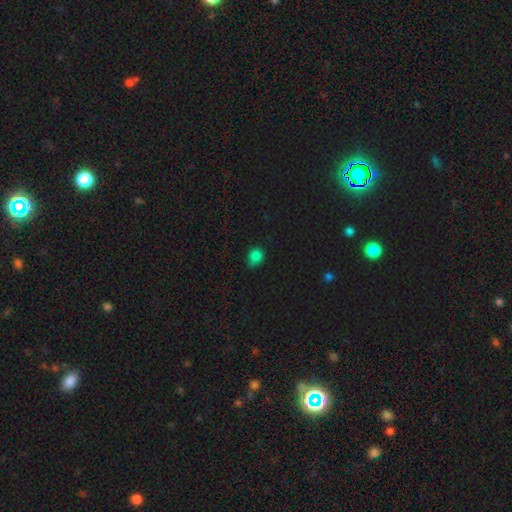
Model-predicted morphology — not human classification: smooth-or-featured: smooth: 78% | star or artifact: 17% | featured or disk: 4%
  how-rounded: round: 59% | in between: 40% | cigar-shaped: 1%
  merging: none: 62% | minor disturbance: 30% | major disturbance: 5% | merger: 2%